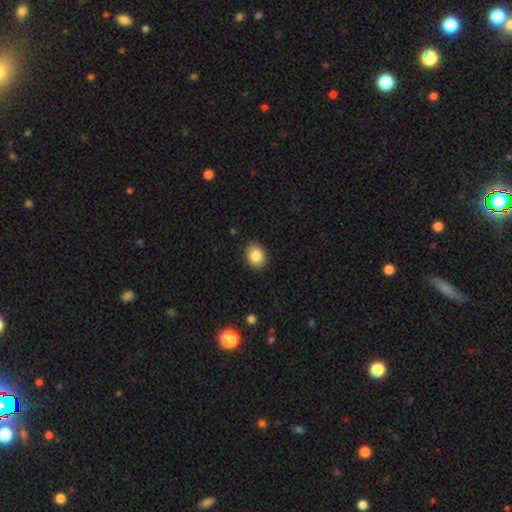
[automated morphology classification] smooth-or-featured: smooth: 85% | star or artifact: 8% | featured or disk: 7%
  how-rounded: in between: 63% | round: 36% | cigar-shaped: 1%
  merging: none: 88% | minor disturbance: 9% | major disturbance: 2% | merger: 1%